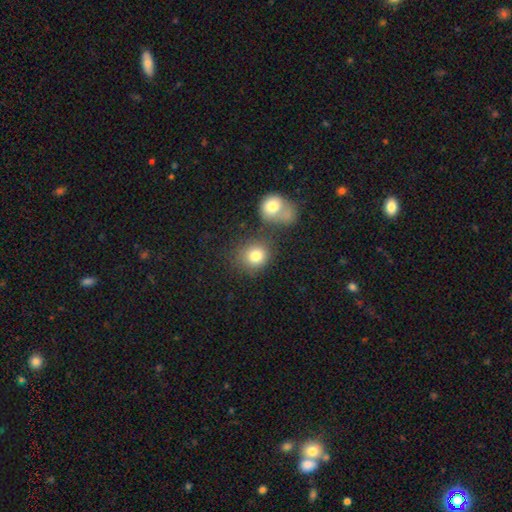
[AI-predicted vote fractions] Smooth or featured? smooth (80%)
How rounded? round (81%)
Merging? none (59%)